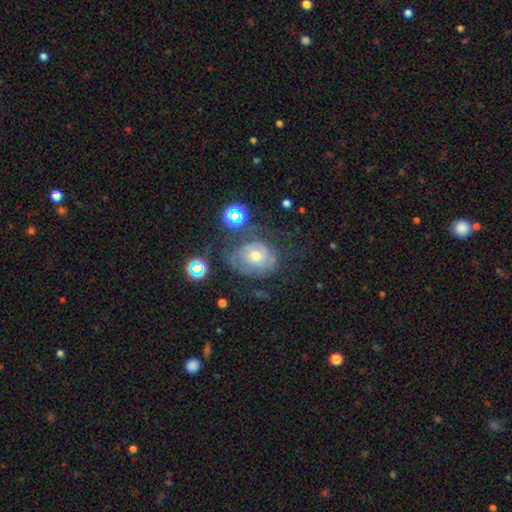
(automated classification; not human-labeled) Smooth or featured? Predicted: featured or disk (p=0.62). Edge-on disk? Predicted: no (p=0.96). Bar? Predicted: no (p=0.78). Spiral arms? Predicted: yes (p=0.78). Bulge size? Predicted: moderate (p=0.60). Merging? Predicted: none (p=0.52).